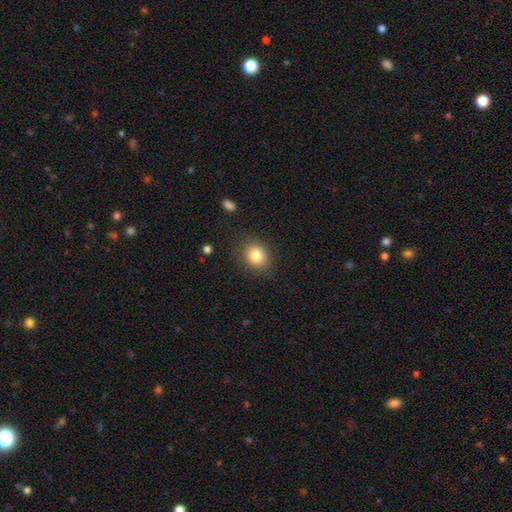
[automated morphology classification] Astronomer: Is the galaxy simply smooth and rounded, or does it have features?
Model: smooth — 82%.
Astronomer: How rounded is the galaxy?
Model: round — 60% (runner-up: in between, 39%).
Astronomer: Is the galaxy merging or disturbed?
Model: none — 85%.